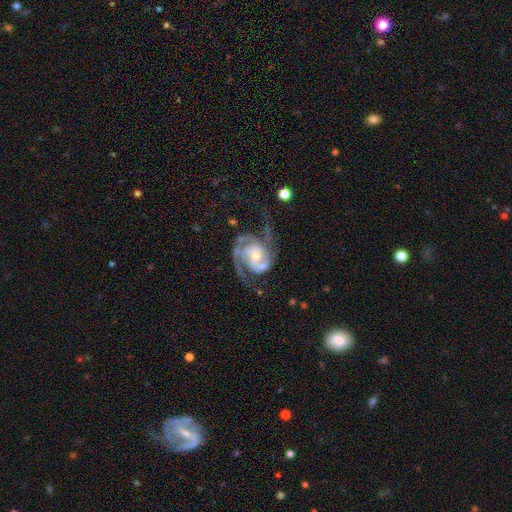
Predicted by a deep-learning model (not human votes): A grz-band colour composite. It shows a featured or disk galaxy (91%) with no bar (66%), 2 (60%) medium (47%) spiral arms (97%) and a small central bulge (55%). Merging: none (53%).